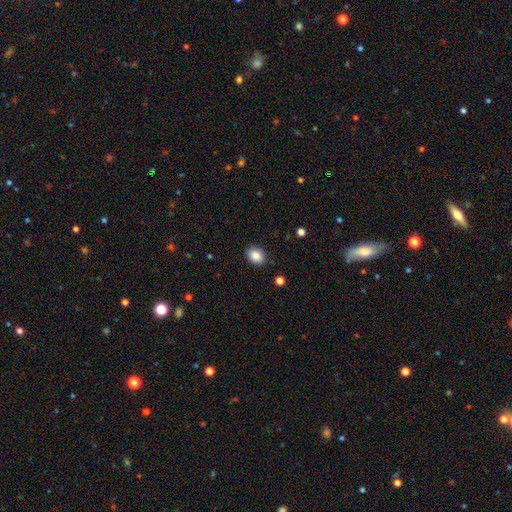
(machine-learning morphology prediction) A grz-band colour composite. It shows a smooth galaxy with no disk features (86%) that is in between round and cigar-shaped (61%). Merging: none (89%).